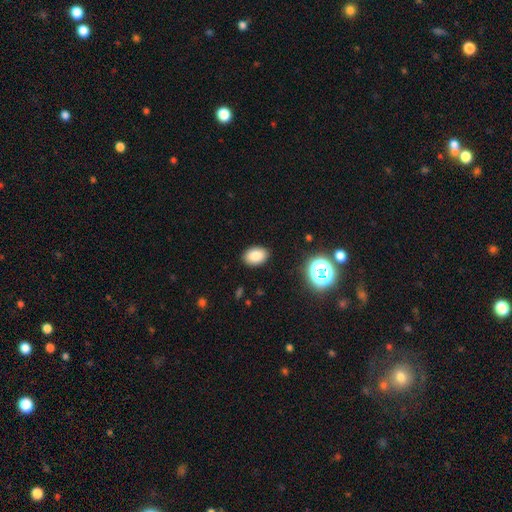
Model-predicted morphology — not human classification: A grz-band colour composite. It shows a smooth galaxy with no disk features (83%) that is in between round and cigar-shaped (80%). Merging: none (88%).